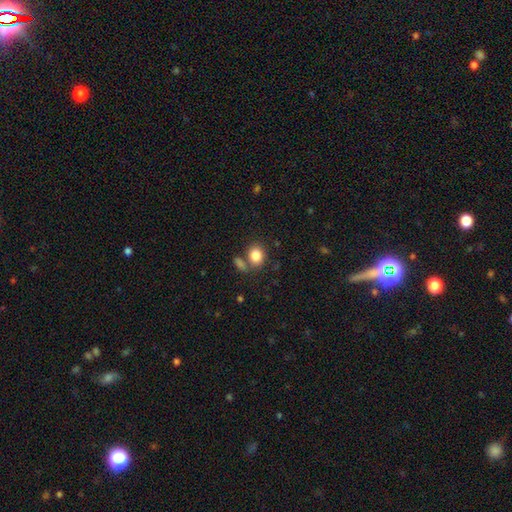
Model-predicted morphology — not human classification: smooth-or-featured: smooth: 85% | star or artifact: 9% | featured or disk: 6%
  how-rounded: in between: 50% | round: 49% | cigar-shaped: 1%
  merging: none: 64% | merger: 20% | minor disturbance: 12% | major disturbance: 4%